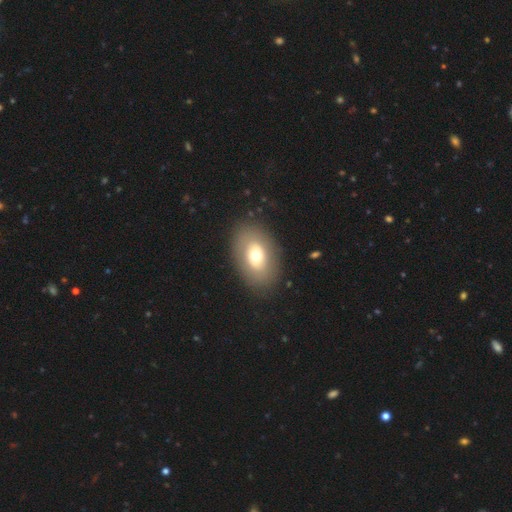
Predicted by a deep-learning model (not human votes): Overall: smooth (62%; featured or disk 31%). How rounded: in between (83%). Merging: none (85%).